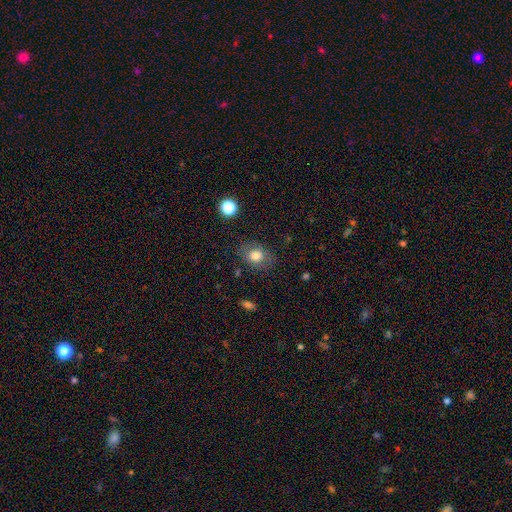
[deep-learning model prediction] Q: Smooth or featured?
A: smooth (76%); runner-up: featured or disk (14%)
Q: How rounded?
A: in between (56%); runner-up: round (43%)
Q: Merging?
A: none (76%); runner-up: minor disturbance (16%)